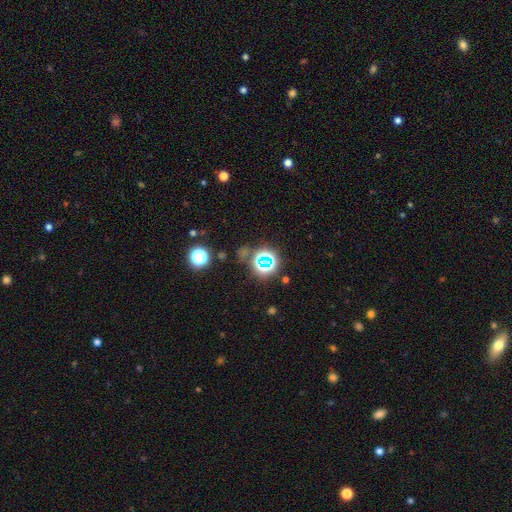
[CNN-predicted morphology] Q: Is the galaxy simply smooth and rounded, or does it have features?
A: star or artifact — 73%.